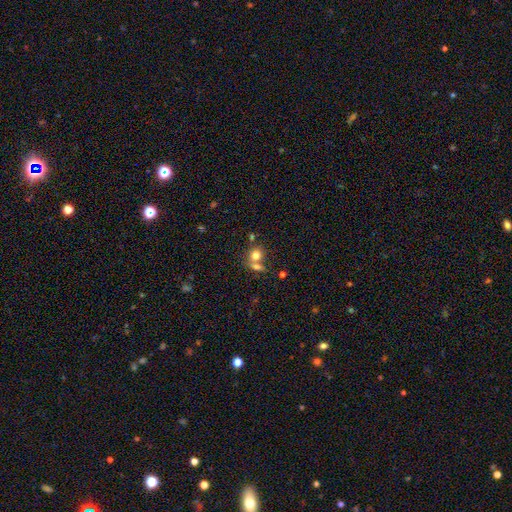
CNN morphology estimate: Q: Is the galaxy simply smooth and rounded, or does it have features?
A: smooth — 76%.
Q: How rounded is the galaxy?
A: round — 68%.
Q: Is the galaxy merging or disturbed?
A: merger — 44%.